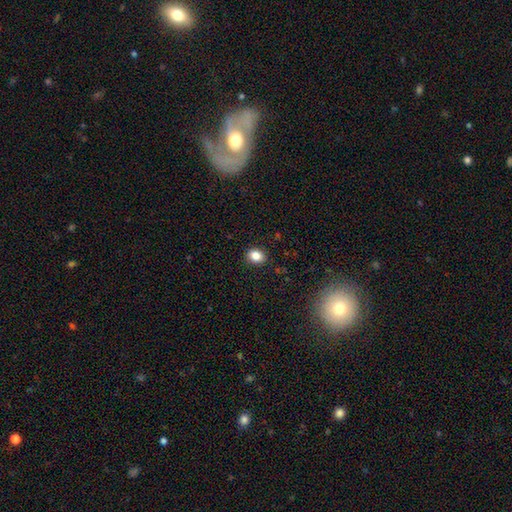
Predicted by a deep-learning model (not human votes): Smooth or featured? smooth (85%)
How rounded? in between (50%)
Merging? none (89%)